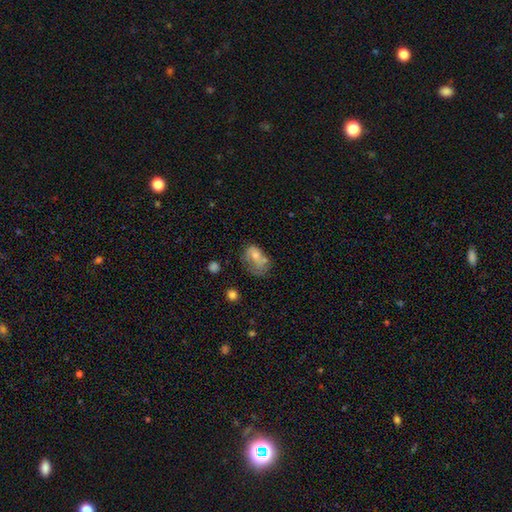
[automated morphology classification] A smooth galaxy with no disk features (55%) that is in between round and cigar-shaped (77%). Merging: major disturbance (35%).